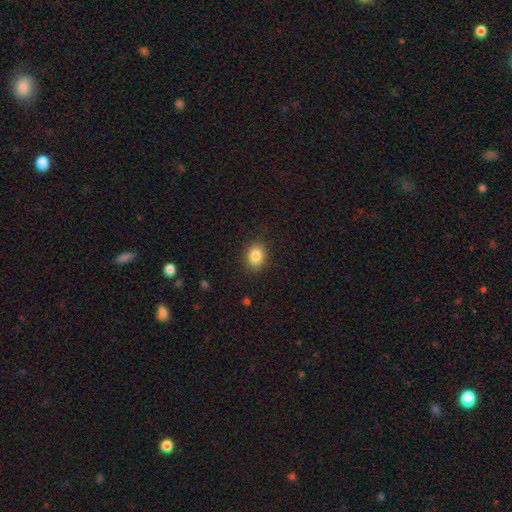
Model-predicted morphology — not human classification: A smooth galaxy with no disk features (85%) that is round (50%). Merging: none (87%).